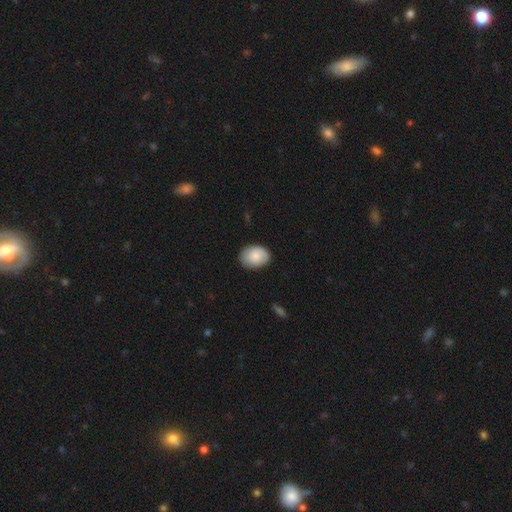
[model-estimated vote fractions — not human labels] The model was most divided on "how rounded": in between: 70%, round: 29%, cigar-shaped: 1%. More confident: smooth or featured — smooth (83%); merging — none (82%).